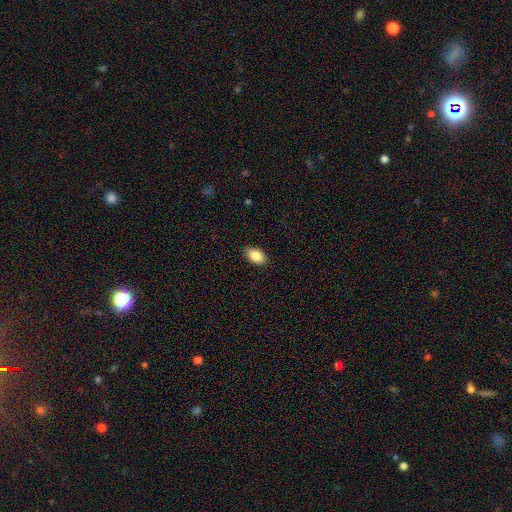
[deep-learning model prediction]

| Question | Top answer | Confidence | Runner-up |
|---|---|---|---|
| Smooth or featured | smooth | 88% | star or artifact (7%) |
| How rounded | in between | 92% | round (6%) |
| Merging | none | 86% | minor disturbance (10%) |